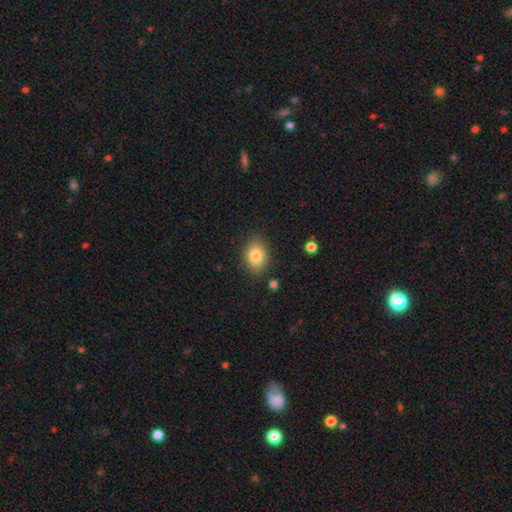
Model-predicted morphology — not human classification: A smooth galaxy with no disk features (82%) that is in between round and cigar-shaped (71%). Merging: none (84%).